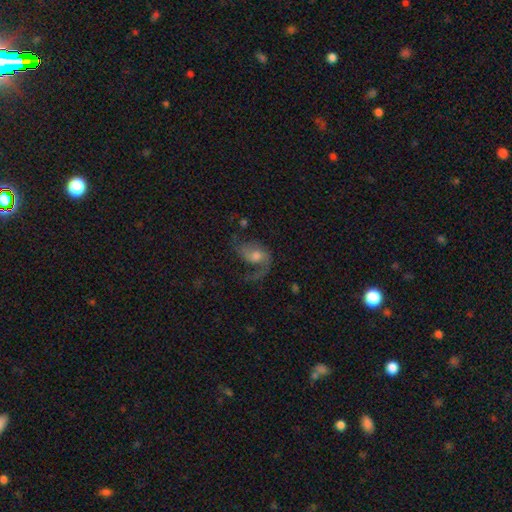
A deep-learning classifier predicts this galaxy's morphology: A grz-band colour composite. It shows a featured or disk galaxy (75%) with no bar (59%), 2 (62%) loose (57%) spiral arms (93%) and a moderate central bulge (55%). Merging: none (49%).